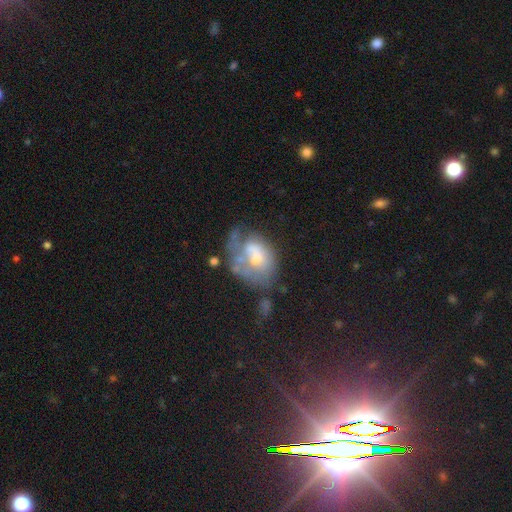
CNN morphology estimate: type=featured or disk (52%); edge-on=no (97%); bar=no (75%); spiral arms=no (63%); bulge=moderate (38%); merging=major disturbance (37%).